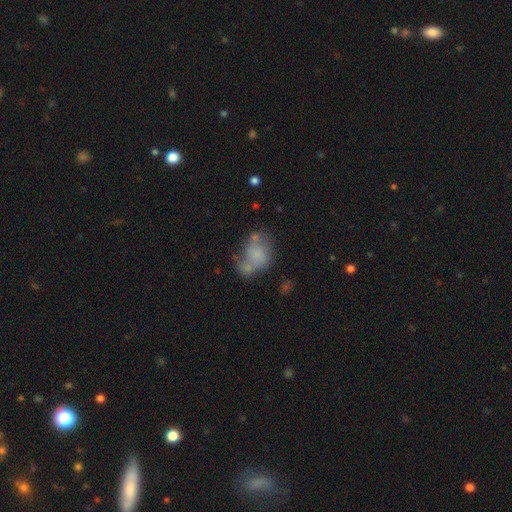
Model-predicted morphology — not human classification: A smooth galaxy with no disk features (50%).

Vote fractions:
- Smooth or featured? smooth: 50% / featured or disk: 38% / star or artifact: 12%
- Merging? none: 31% / merger: 28% / minor disturbance: 21% / major disturbance: 21%